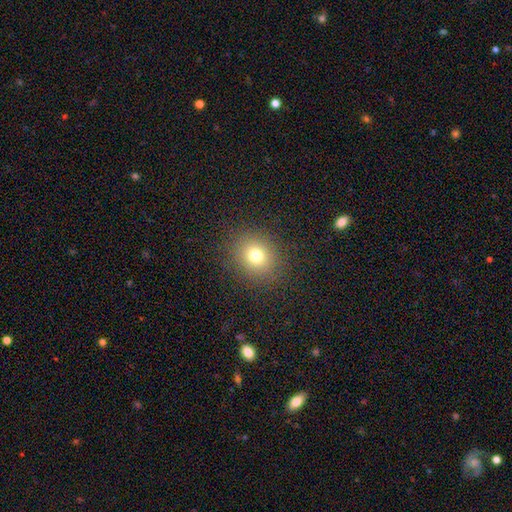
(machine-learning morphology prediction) smooth-or-featured: smooth: 76% | star or artifact: 15% | featured or disk: 9%
  how-rounded: round: 77% | in between: 22% | cigar-shaped: 1%
  merging: none: 88% | minor disturbance: 8% | major disturbance: 4% | merger: 1%